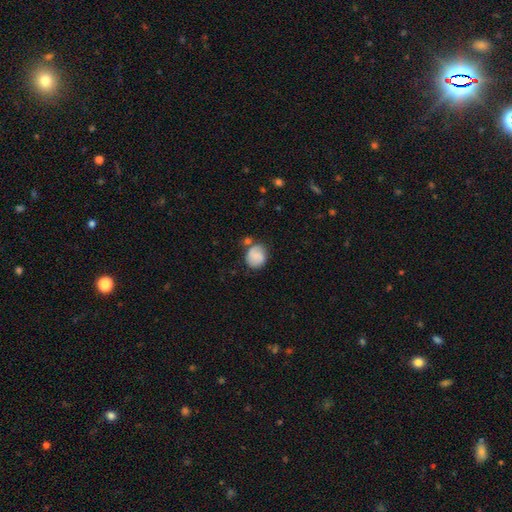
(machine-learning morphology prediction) Smooth or featured? smooth (74%)
How rounded? round (73%)
Merging? none (54%)